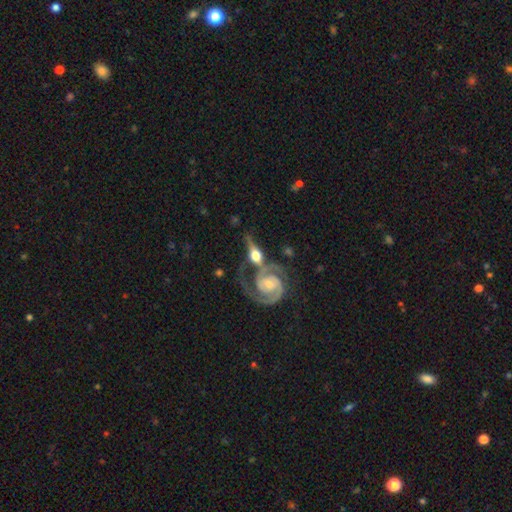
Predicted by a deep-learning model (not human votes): Overall: featured or disk (77%). Edge-on disk: no (57%; yes 43%). Merging: none (41%; merger 35%).